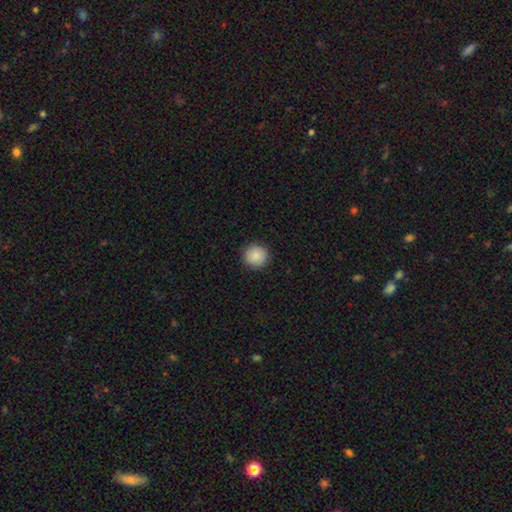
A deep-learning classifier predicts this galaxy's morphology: This appears to be a smooth galaxy with no disk features (88%) that is round (93%). Merging: none (92%).